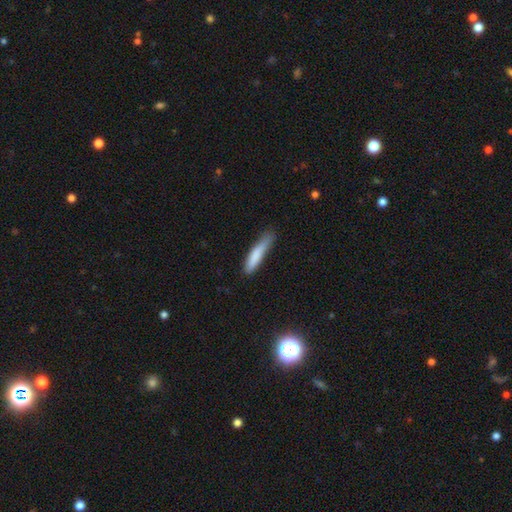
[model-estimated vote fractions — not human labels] smooth-or-featured: smooth: 81% | featured or disk: 13% | star or artifact: 6%
  how-rounded: cigar-shaped: 87% | in between: 12% | round: 1%
  merging: none: 59% | minor disturbance: 31% | major disturbance: 7% | merger: 2%